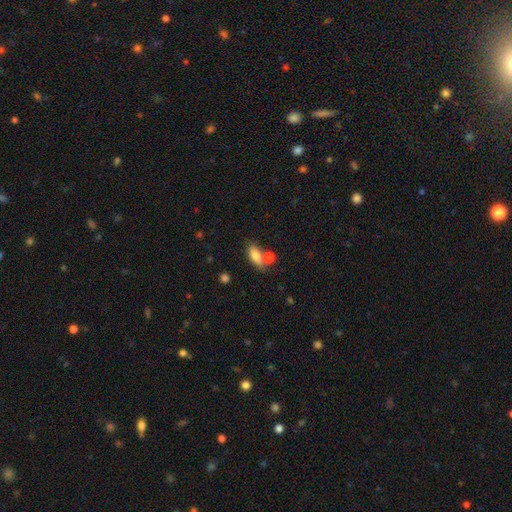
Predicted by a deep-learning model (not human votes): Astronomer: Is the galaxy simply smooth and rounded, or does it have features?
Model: smooth — 78%.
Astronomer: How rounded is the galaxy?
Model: in between — 77%.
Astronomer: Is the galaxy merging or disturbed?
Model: none — 58%.